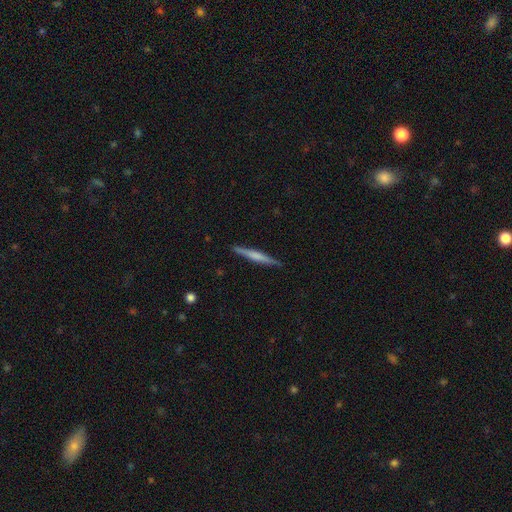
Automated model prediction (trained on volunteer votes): A featured or disk galaxy (52%) viewed edge-on (98%) with no central bulge (42%).

Vote fractions:
- Smooth or featured? featured or disk: 52% / smooth: 42% / star or artifact: 5%
- Edge-on disk? yes: 98% / no: 2%
- Edge-on bulge? none: 42% / rounded: 36% / boxy: 21%
- Merging? none: 90% / minor disturbance: 7% / major disturbance: 1% / merger: 1%